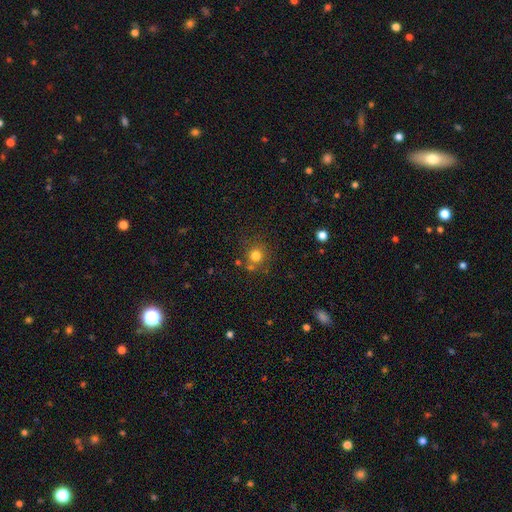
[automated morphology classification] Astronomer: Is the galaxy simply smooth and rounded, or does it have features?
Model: smooth — 78%.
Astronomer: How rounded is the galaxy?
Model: round — 91%.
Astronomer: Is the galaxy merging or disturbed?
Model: none — 72%.